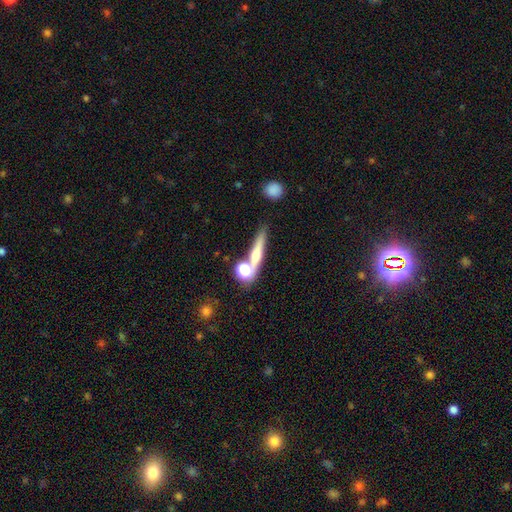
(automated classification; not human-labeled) Morphology: type=smooth (49%); merging=none (63%).